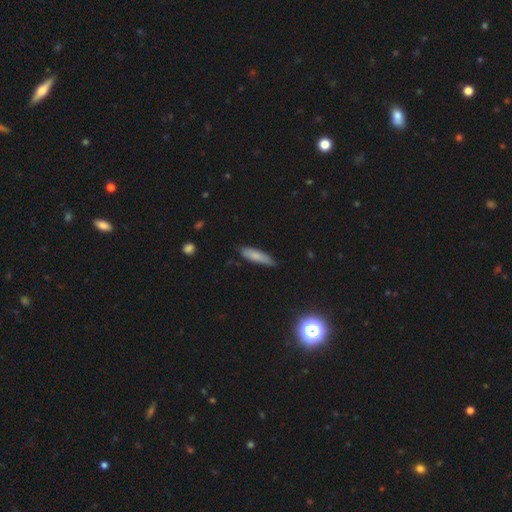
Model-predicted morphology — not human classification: Smooth or featured? smooth (76%)
How rounded? cigar-shaped (64%)
Merging? none (73%)